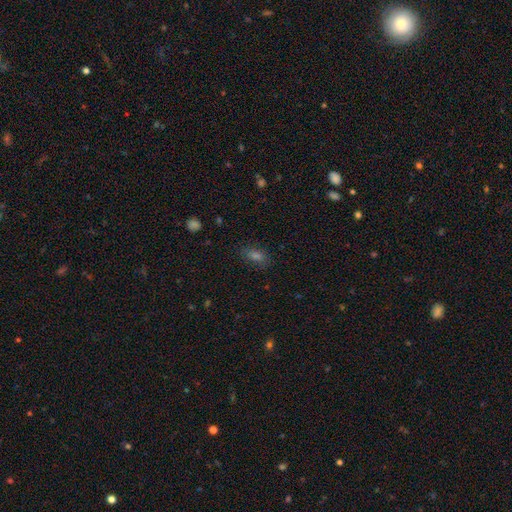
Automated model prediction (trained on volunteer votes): The model was most divided on "smooth or featured": smooth: 63%, star or artifact: 26%, featured or disk: 11%. More confident: merging — none (83%); how rounded — in between (81%).